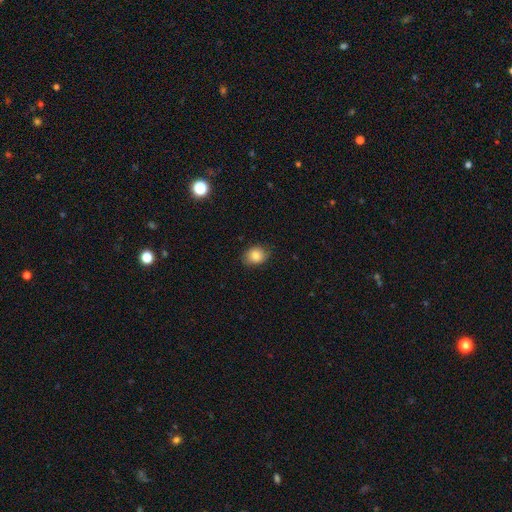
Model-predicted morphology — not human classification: A smooth galaxy with no disk features (83%) that is round (56%). Merging: none (78%).